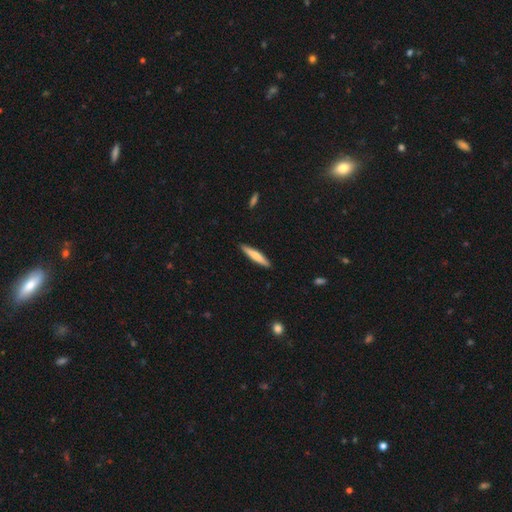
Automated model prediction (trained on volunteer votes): Smooth or featured?
  - smooth: 68% *
  - featured or disk: 27%
  - star or artifact: 5%
How rounded?
  - cigar-shaped: 91% *
  - in between: 7%
  - round: 1%
Merging?
  - none: 90% *
  - minor disturbance: 7%
  - major disturbance: 1%
  - merger: 1%